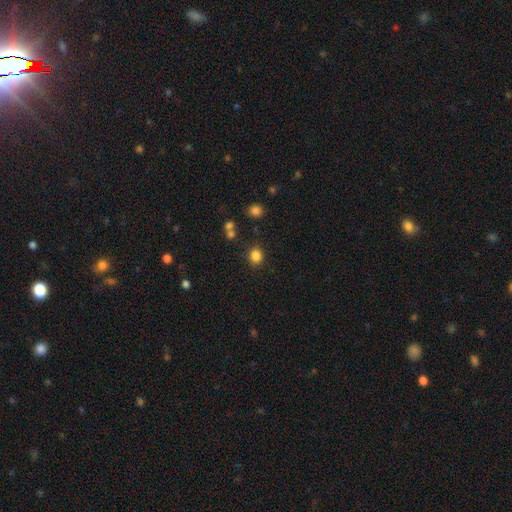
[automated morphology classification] This is clearly a smooth galaxy (84%). How rounded: likely round (70%). Merging: clearly none (84%).